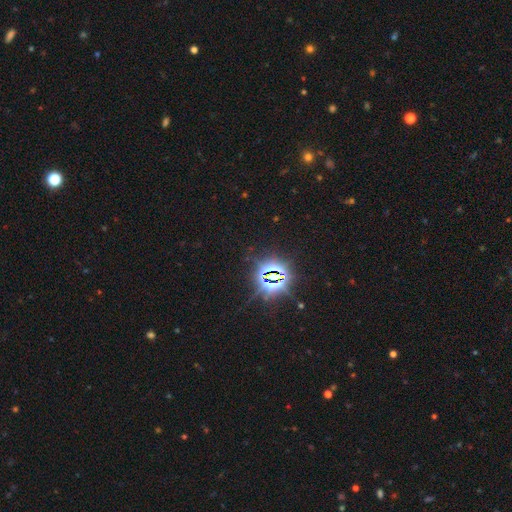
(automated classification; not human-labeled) Smooth or featured? Predicted: star or artifact (p=0.84).